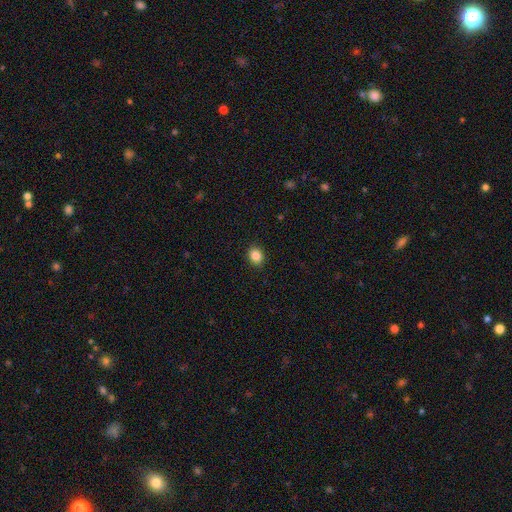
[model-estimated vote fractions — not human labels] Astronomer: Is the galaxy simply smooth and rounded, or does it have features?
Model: smooth — 86%.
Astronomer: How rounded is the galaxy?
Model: round — 56% (runner-up: in between, 43%).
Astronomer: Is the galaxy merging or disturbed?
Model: none — 90%.